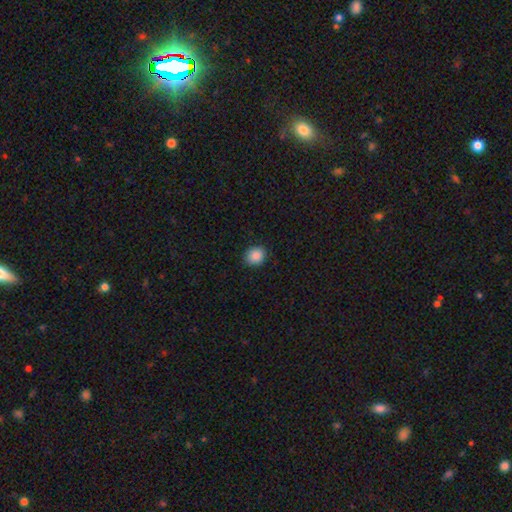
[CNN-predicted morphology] smooth-or-featured: smooth: 88% | star or artifact: 9% | featured or disk: 3%
  how-rounded: round: 72% | in between: 27% | cigar-shaped: 1%
  merging: none: 89% | minor disturbance: 8% | major disturbance: 2% | merger: 1%